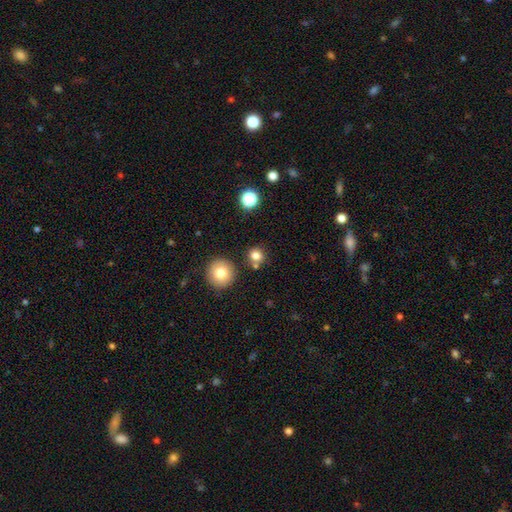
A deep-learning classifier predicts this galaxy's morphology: This appears to be a smooth galaxy with no disk features (78%) that is round (90%). Merging: none (76%).